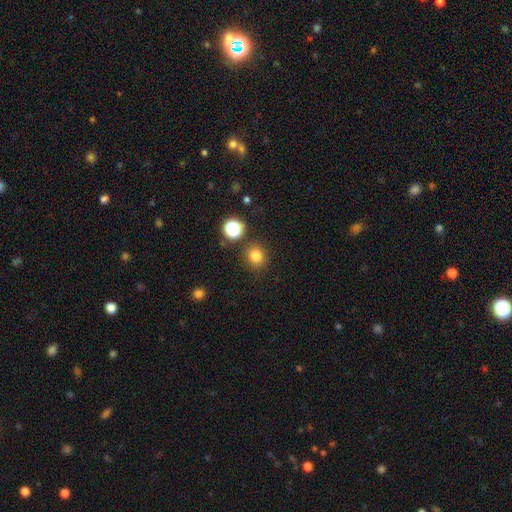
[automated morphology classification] smooth-or-featured: smooth: 79% | star or artifact: 15% | featured or disk: 6%
  how-rounded: round: 86% | in between: 13% | cigar-shaped: 1%
  merging: none: 86% | minor disturbance: 7% | merger: 4% | major disturbance: 3%